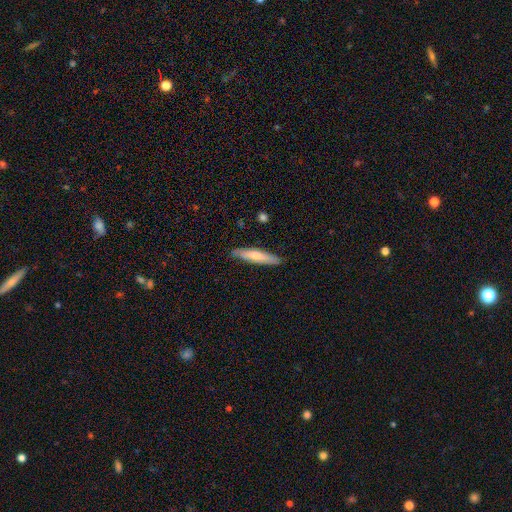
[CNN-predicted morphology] smooth 59%, featured or disk 36%, star or artifact 6%. Down the decision tree: how rounded — cigar-shaped (85%); merging — none (86%).